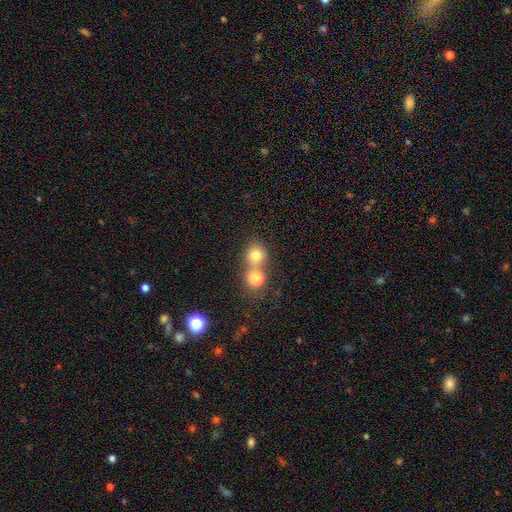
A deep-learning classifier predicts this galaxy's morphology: Smooth or featured: smooth — 75% (star or artifact — 14%)
How rounded: round — 83% (in between — 16%)
Merging: merger — 54% (none — 39%)